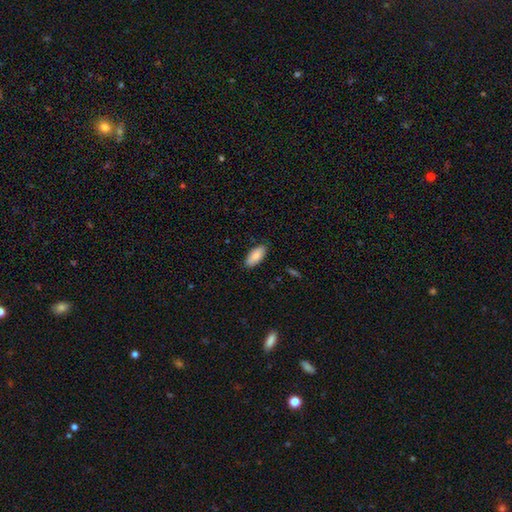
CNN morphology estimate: Smooth or featured? smooth (87%)
How rounded? in between (88%)
Merging? none (84%)